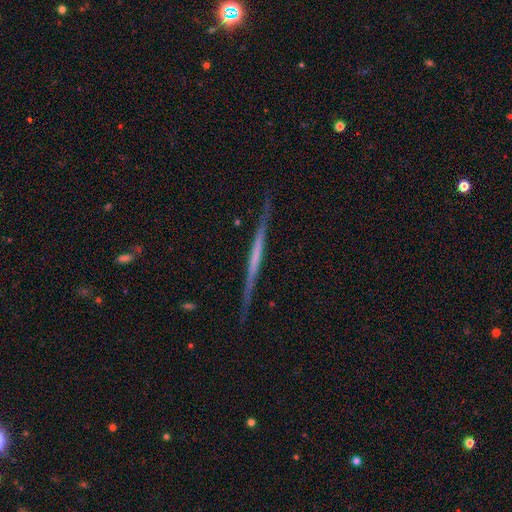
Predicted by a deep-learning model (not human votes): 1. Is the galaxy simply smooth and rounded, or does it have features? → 70% featured or disk, 24% smooth, 6% star or artifact.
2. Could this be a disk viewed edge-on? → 97% yes, 3% no.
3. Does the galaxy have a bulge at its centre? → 85% none, 8% rounded, 7% boxy.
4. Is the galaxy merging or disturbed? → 87% none, 9% minor disturbance, 2% major disturbance, 1% merger.